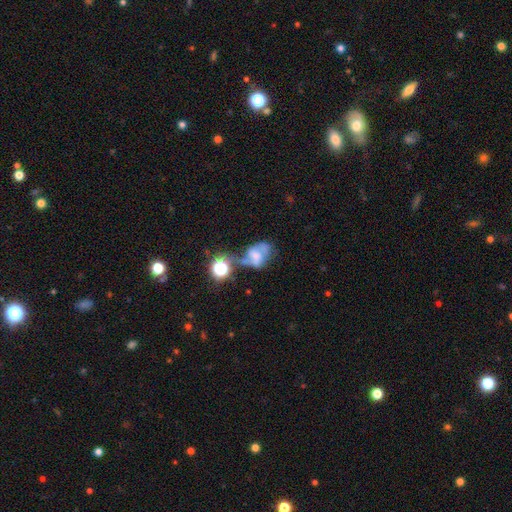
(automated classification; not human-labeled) featured or disk 52%, smooth 30%, star or artifact 19%. Down the decision tree: edge-on disk — no (95%); merging — none (30%).